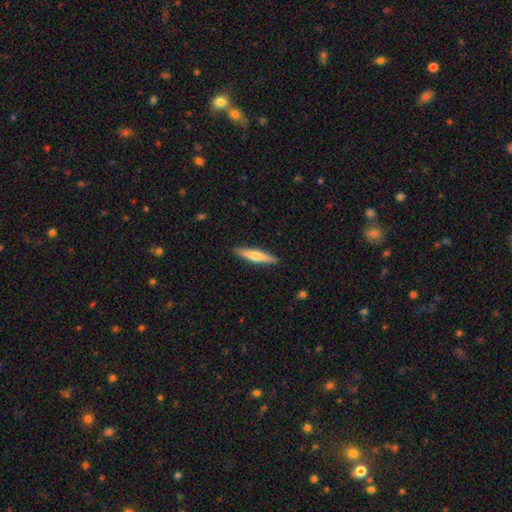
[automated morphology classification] smooth 60%, featured or disk 35%, star or artifact 5%. Down the decision tree: how rounded — cigar-shaped (88%); merging — none (90%).